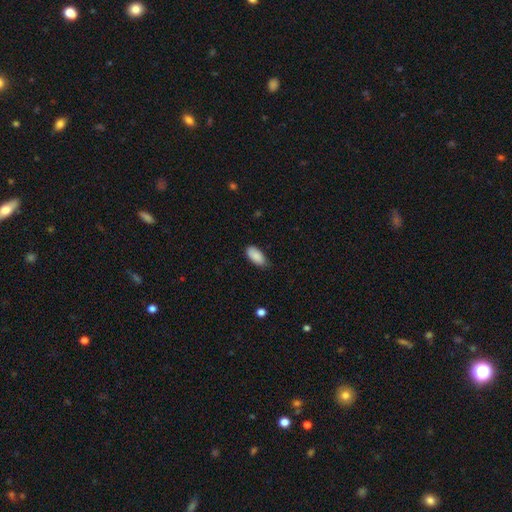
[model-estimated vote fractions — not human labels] Overall: smooth (88%). How rounded: in between (92%). Merging: none (69%).